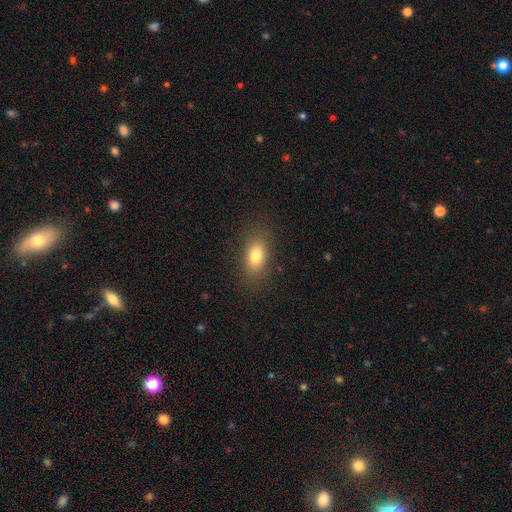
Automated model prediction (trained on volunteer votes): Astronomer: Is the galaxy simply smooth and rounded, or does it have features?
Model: smooth — 79%.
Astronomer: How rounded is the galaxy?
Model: in between — 83%.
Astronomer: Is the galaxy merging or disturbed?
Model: none — 83%.